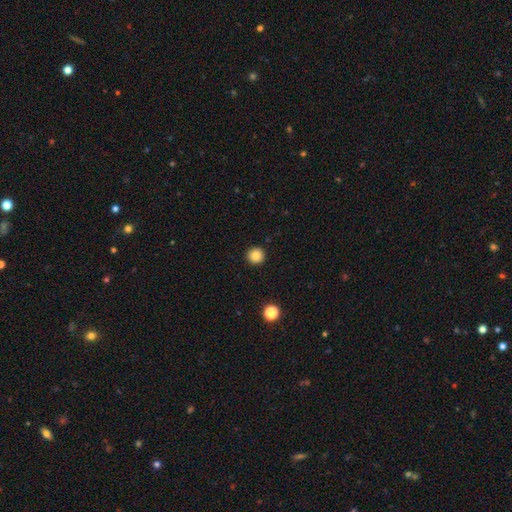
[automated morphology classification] Q: Smooth or featured?
A: smooth (85%); runner-up: star or artifact (11%)
Q: How rounded?
A: round (96%); runner-up: in between (3%)
Q: Merging?
A: none (93%); runner-up: minor disturbance (4%)